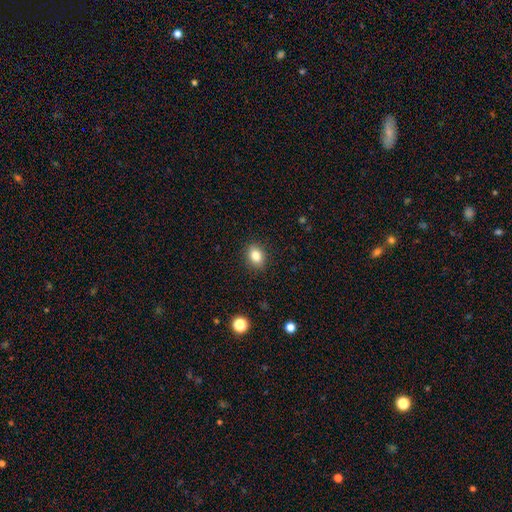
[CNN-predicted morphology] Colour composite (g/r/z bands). It shows a smooth galaxy with no disk features (83%) that is in between round and cigar-shaped (60%). Merging: none (89%).